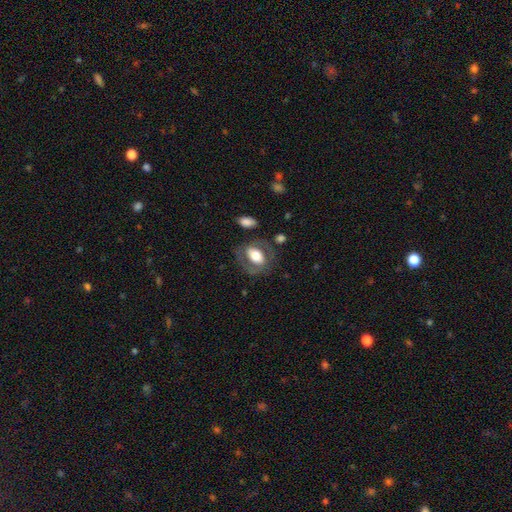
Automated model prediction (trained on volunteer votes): Smooth or featured: smooth — 48% (featured or disk — 45%)
Merging: none — 68% (minor disturbance — 17%)